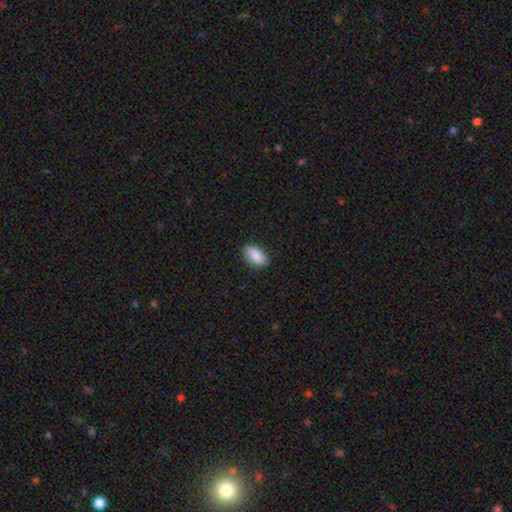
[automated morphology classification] Smooth or featured? Predicted: smooth (p=0.88). How rounded? Predicted: in between (p=0.93). Merging? Predicted: none (p=0.87).